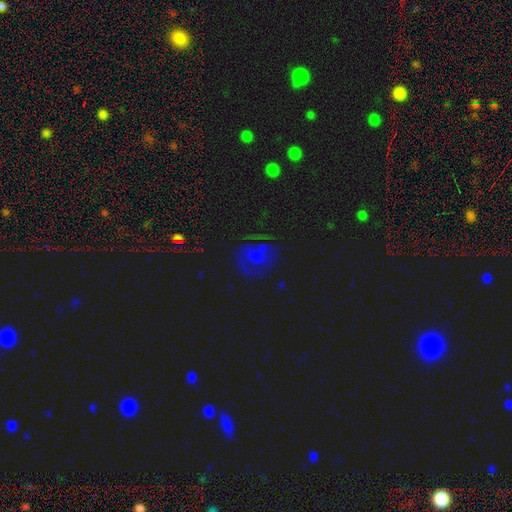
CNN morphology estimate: This is possibly a featured or disk galaxy (45%). Merging: likely none (67%).